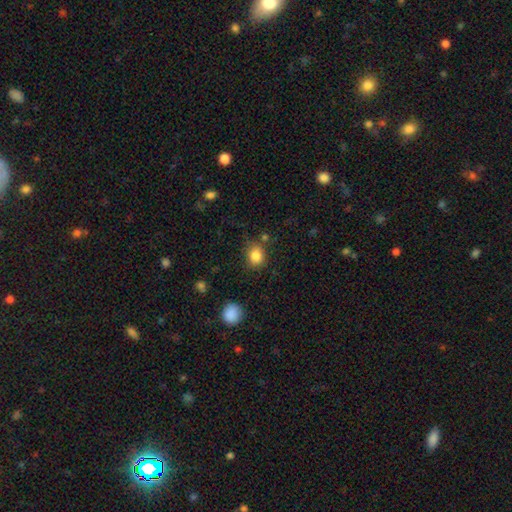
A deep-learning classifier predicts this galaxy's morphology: A smooth galaxy with no disk features (85%) that is round (66%).

Vote fractions:
- Smooth or featured? smooth: 85% / star or artifact: 10% / featured or disk: 5%
- How rounded? round: 66% / in between: 33% / cigar-shaped: 1%
- Merging? none: 75% / minor disturbance: 16% / merger: 5% / major disturbance: 4%